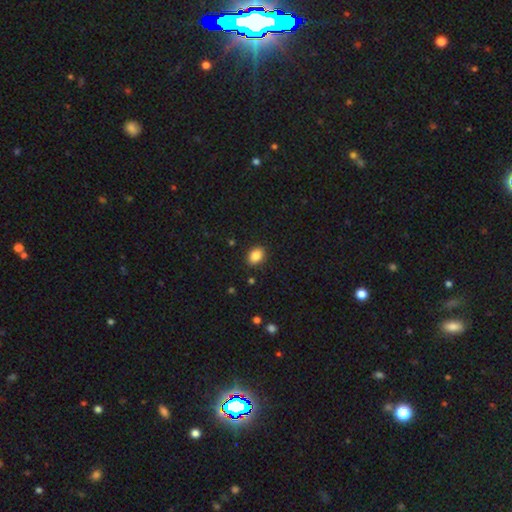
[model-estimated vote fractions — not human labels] Morphology: type=smooth (86%); roundness=in between (72%); merging=none (89%).